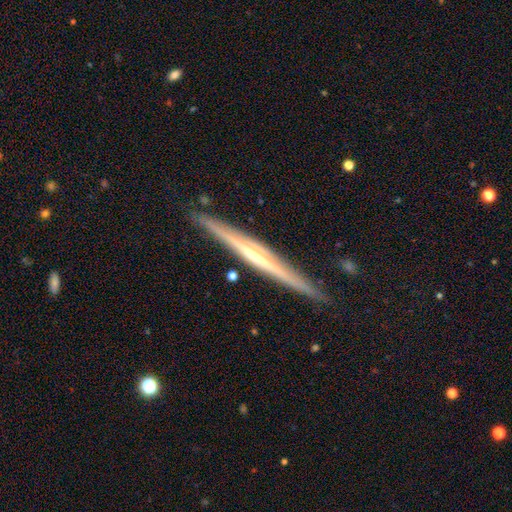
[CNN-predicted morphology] Q: Smooth or featured?
A: featured or disk (75%); runner-up: smooth (19%)
Q: Edge-on disk?
A: yes (97%); runner-up: no (3%)
Q: Edge-on bulge?
A: none (60%); runner-up: rounded (28%)
Q: Merging?
A: none (88%); runner-up: minor disturbance (9%)